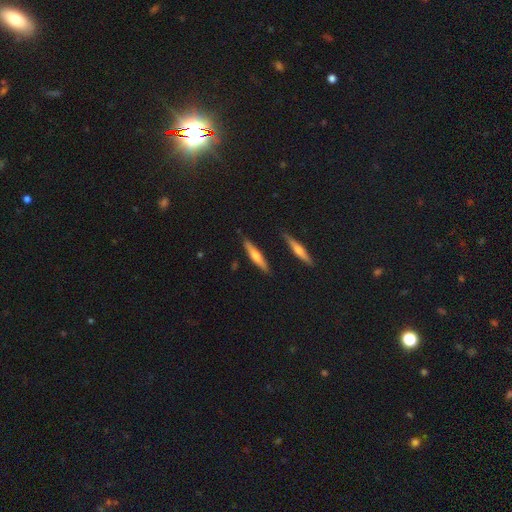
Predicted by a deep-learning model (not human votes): Smooth or featured: smooth — 50% (featured or disk — 45%)
Merging: none — 84% (minor disturbance — 10%)